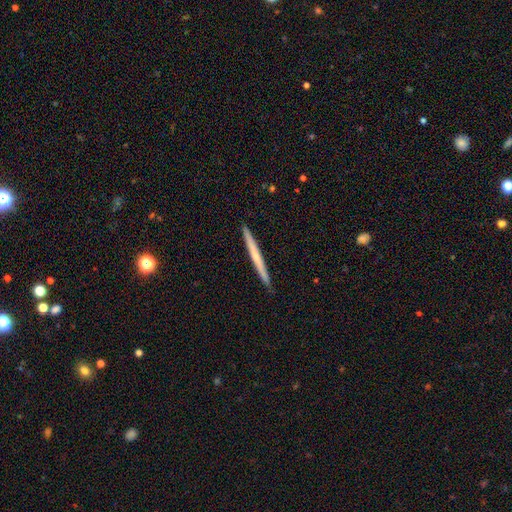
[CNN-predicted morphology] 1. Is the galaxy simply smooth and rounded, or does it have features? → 49% featured or disk, 45% smooth, 6% star or artifact.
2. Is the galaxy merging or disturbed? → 92% none, 6% minor disturbance, 1% major disturbance, 1% merger.